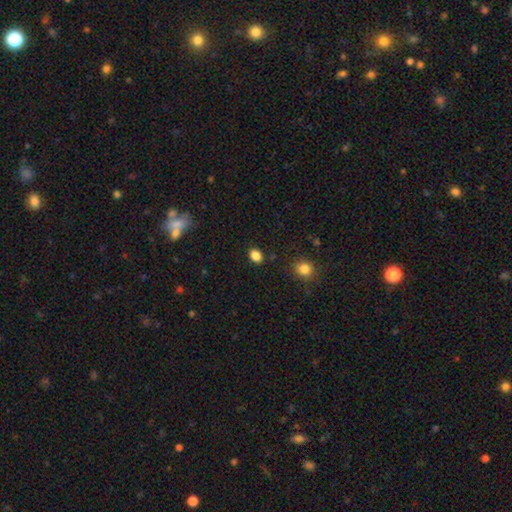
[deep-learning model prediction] smooth_or_featured: smooth (p=0.86) [alt: star or artifact p=0.11]
how_rounded: in between (p=0.60) [alt: round p=0.39]
merging: none (p=0.87) [alt: minor disturbance p=0.09]